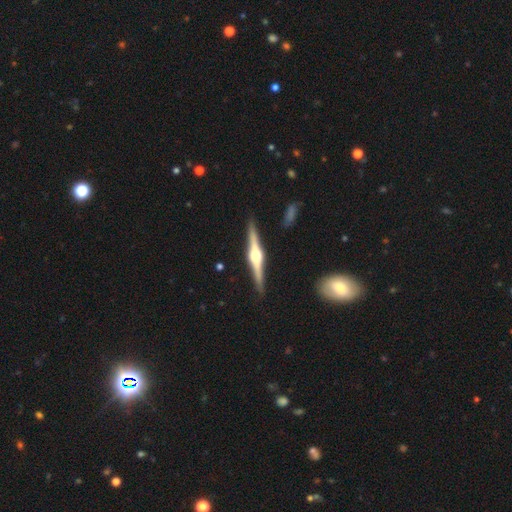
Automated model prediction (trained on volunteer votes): Overall: featured or disk (84%). Edge-on disk: yes (98%). Edge-on bulge: rounded (92%). Merging: none (91%).